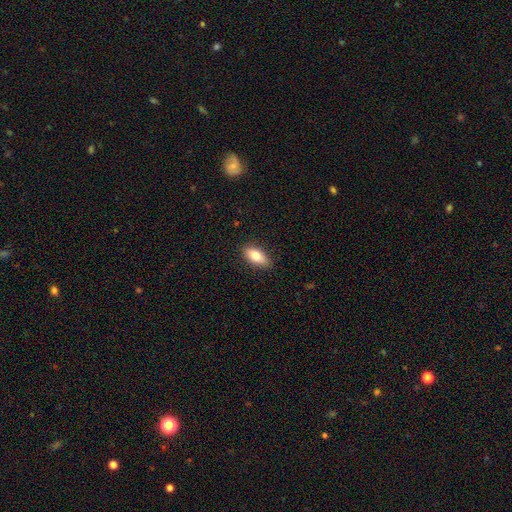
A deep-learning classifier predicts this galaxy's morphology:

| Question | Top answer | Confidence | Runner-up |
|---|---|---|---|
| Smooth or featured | smooth | 80% | featured or disk (13%) |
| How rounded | in between | 87% | cigar-shaped (9%) |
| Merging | none | 86% | minor disturbance (11%) |